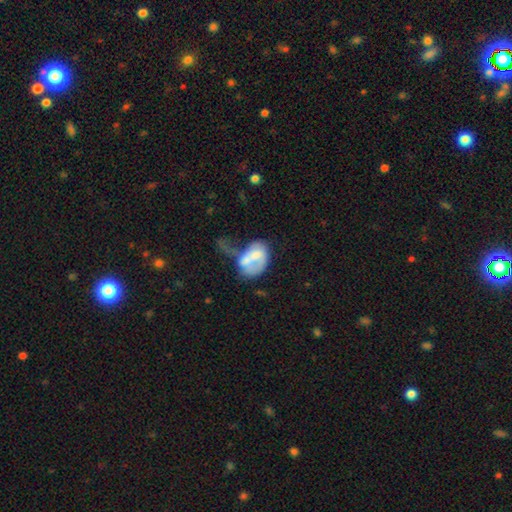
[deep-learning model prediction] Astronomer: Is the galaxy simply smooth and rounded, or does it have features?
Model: smooth — 49% (runner-up: featured or disk, 43%).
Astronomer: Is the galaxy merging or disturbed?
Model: merger — 42% (runner-up: major disturbance, 34%).